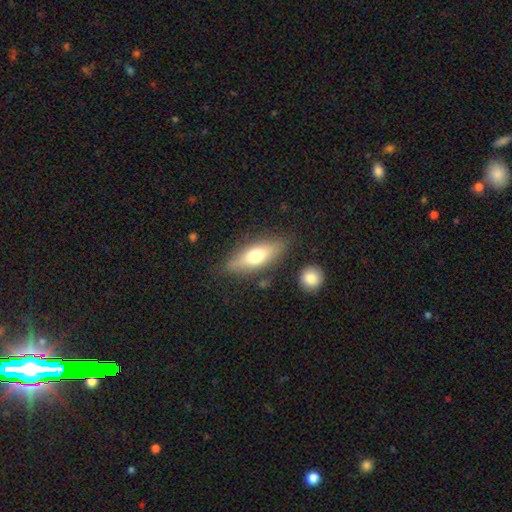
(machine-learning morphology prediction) smooth_or_featured: smooth (p=0.65) [alt: featured or disk p=0.28]
how_rounded: in between (p=0.66) [alt: cigar-shaped p=0.31]
merging: none (p=0.80) [alt: minor disturbance p=0.13]